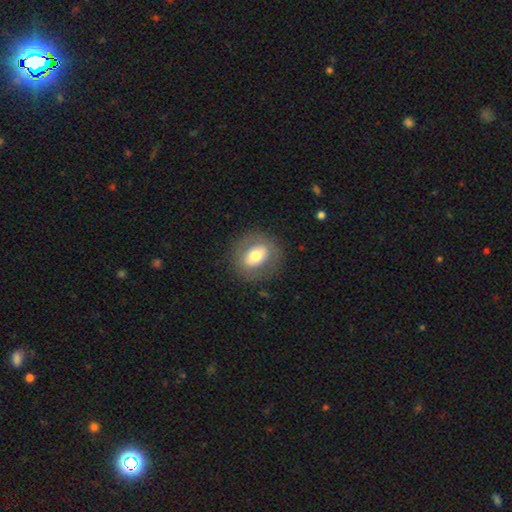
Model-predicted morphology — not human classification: This appears to be a smooth galaxy with no disk features (58%) that is round (54%). Merging: none (81%).